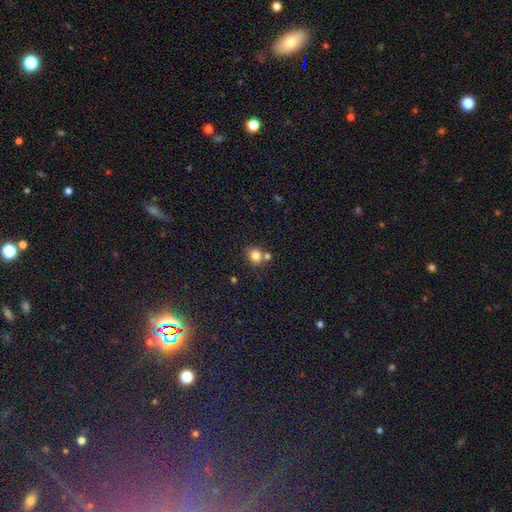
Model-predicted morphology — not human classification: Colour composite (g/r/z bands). It shows a smooth galaxy with no disk features (81%) that is round (81%). Merging: none (62%).